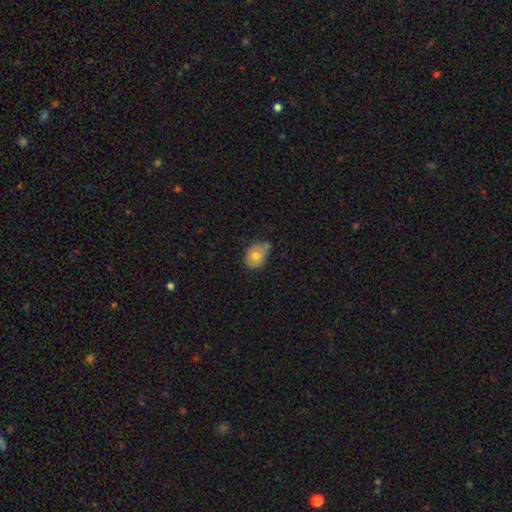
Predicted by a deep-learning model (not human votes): This is likely a smooth galaxy (74%). How rounded: likely in between (65%). Merging: marginally none (45%).